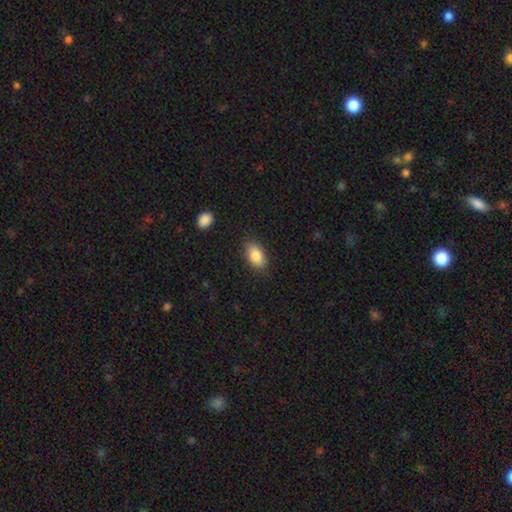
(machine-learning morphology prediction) Q: Smooth or featured?
A: smooth (85%); runner-up: featured or disk (8%)
Q: How rounded?
A: in between (91%); runner-up: round (6%)
Q: Merging?
A: none (84%); runner-up: minor disturbance (12%)